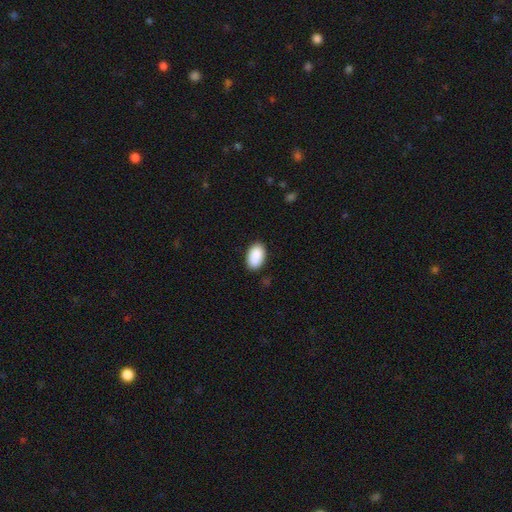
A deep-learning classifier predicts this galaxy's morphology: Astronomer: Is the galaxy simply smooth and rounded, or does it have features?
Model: smooth — 90%.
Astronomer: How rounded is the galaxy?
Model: in between — 93%.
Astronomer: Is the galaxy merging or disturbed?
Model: none — 86%.